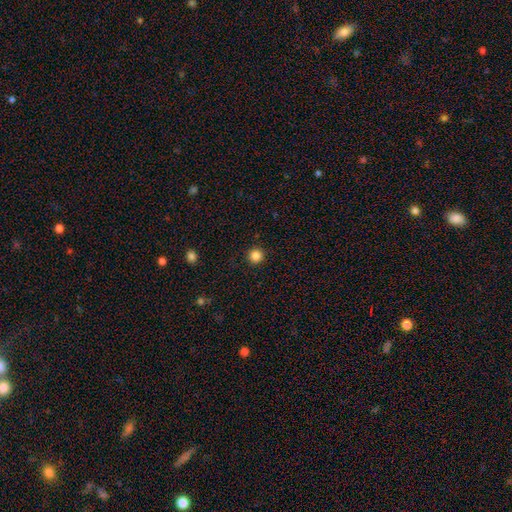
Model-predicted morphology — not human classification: The model was most divided on "smooth or featured": smooth: 85%, star or artifact: 11%, featured or disk: 3%. More confident: how rounded — round (95%); merging — none (93%).